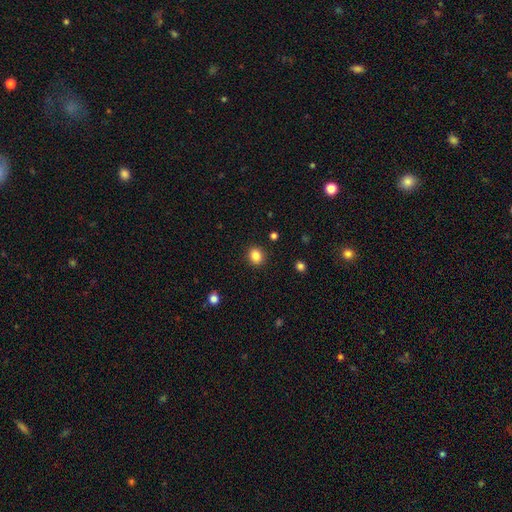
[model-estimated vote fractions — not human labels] smooth 85%, star or artifact 11%, featured or disk 4%. Down the decision tree: how rounded — round (73%); merging — none (90%).